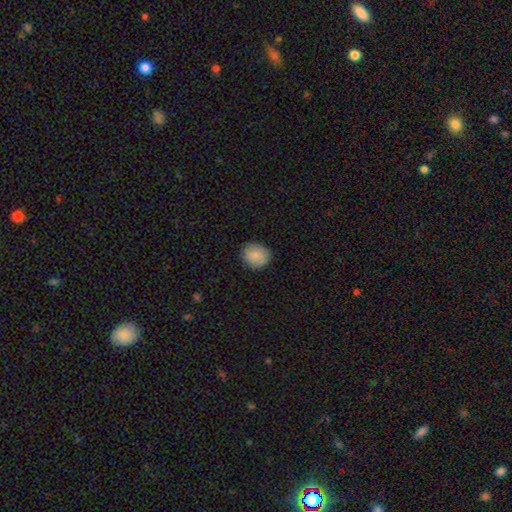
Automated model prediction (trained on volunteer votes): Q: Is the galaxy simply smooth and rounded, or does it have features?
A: smooth — 87%.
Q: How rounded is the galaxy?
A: round — 74%.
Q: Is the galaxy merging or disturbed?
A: none — 85%.